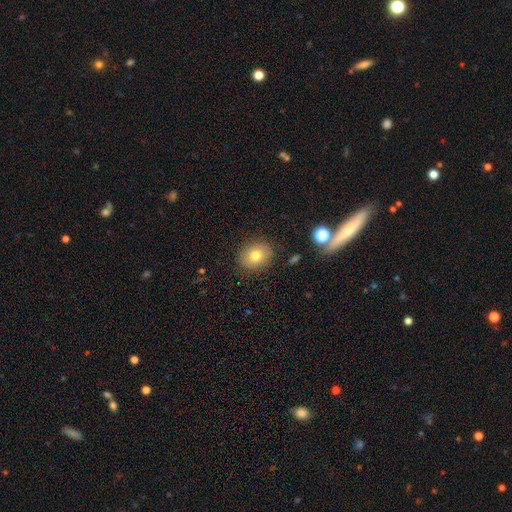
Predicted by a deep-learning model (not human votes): This appears to be a smooth galaxy with no disk features (76%) that is round (54%). Merging: none (86%).